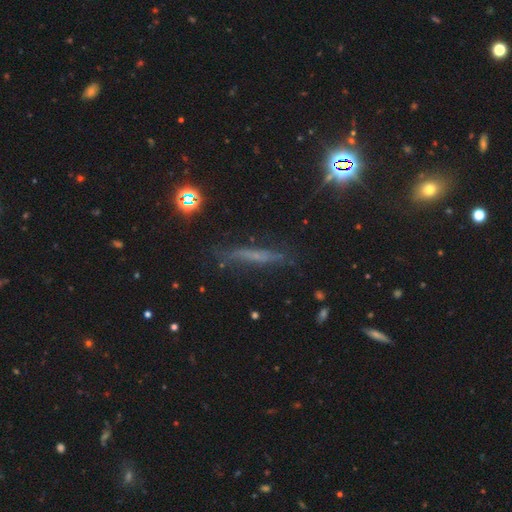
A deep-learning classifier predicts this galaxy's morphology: The model was most divided on "smooth or featured" (2-way tie): featured or disk: 40%, smooth: 40%, star or artifact: 20%. More confident: merging — none (76%).